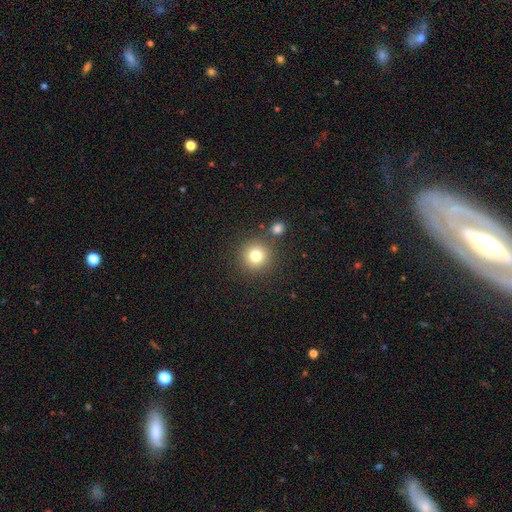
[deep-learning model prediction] This appears to be a smooth galaxy with no disk features (78%) that is round (94%). Merging: none (81%).